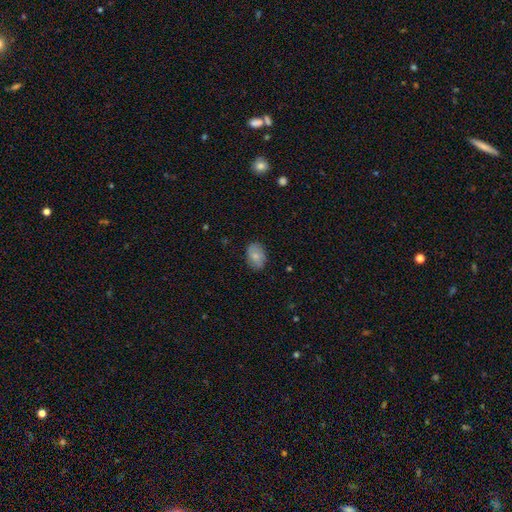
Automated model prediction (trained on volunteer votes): smooth 78%, featured or disk 15%, star or artifact 7%. Down the decision tree: how rounded — in between (82%); merging — none (83%).